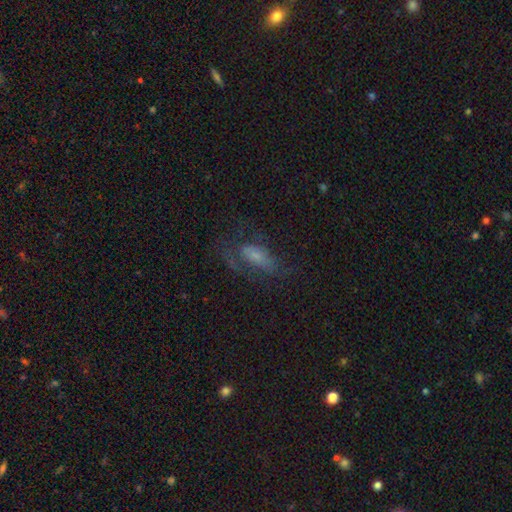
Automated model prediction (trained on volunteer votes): Overall: featured or disk (47%; smooth 41%). Merging: none (44%; major disturbance 32%).